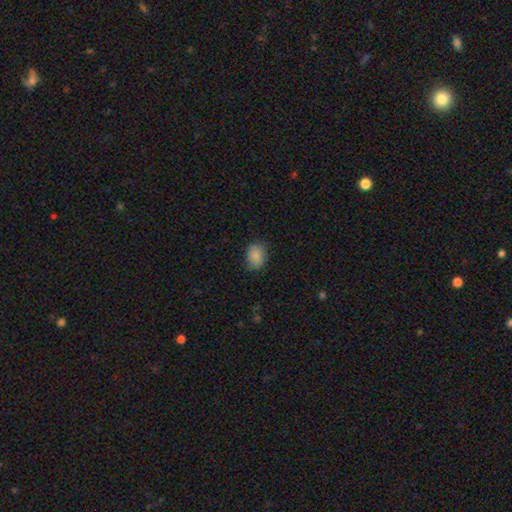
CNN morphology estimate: Smooth or featured? smooth (87%)
How rounded? in between (63%)
Merging? none (78%)